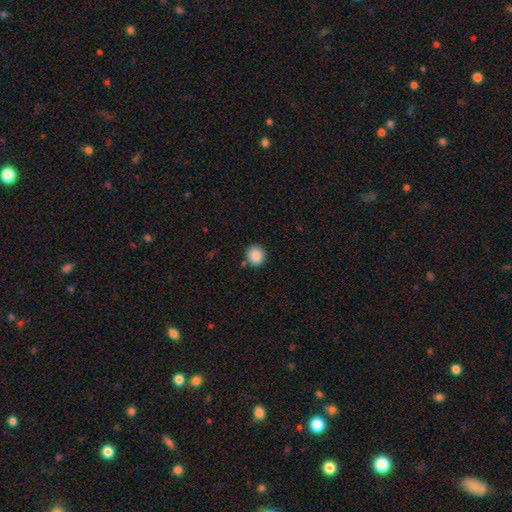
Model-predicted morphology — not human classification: Smooth or featured?
  - smooth: 88% *
  - star or artifact: 9%
  - featured or disk: 3%
How rounded?
  - round: 90% *
  - in between: 9%
  - cigar-shaped: 1%
Merging?
  - none: 86% *
  - minor disturbance: 8%
  - merger: 4%
  - major disturbance: 2%